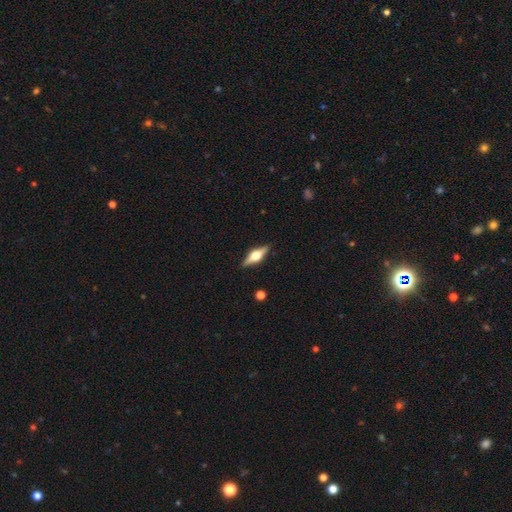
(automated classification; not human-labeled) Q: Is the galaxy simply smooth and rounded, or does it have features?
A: featured or disk — 71%.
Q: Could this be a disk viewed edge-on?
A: yes — 97%.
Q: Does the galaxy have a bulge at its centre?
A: rounded — 94%.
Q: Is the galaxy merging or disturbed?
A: none — 90%.